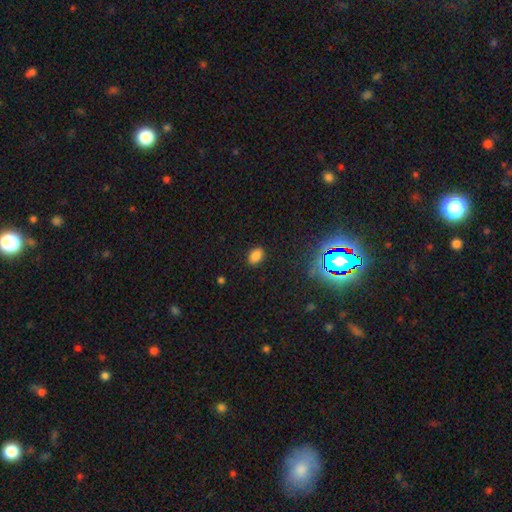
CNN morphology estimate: A smooth galaxy with no disk features (79%) that is in between round and cigar-shaped (84%). Merging: none (88%).